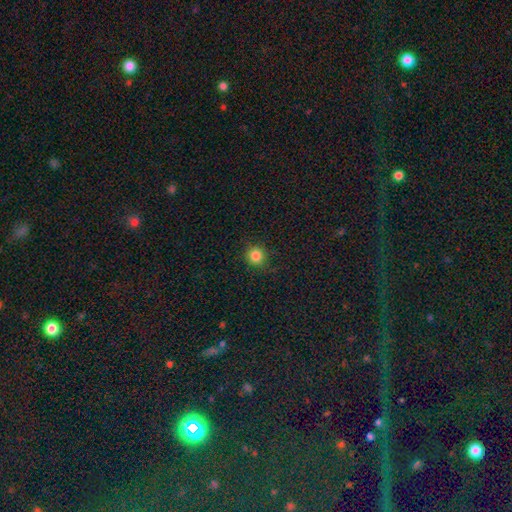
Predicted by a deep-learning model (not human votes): smooth 84%, star or artifact 12%, featured or disk 4%. Down the decision tree: how rounded — round (92%); merging — none (89%).